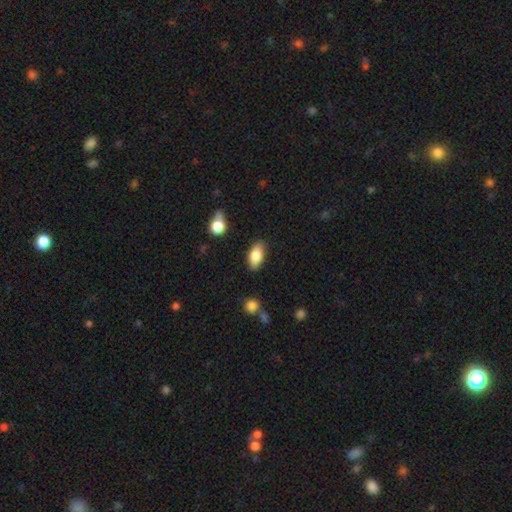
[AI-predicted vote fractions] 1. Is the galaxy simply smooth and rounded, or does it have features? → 83% smooth, 10% featured or disk, 7% star or artifact.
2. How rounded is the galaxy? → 90% in between, 7% cigar-shaped, 4% round.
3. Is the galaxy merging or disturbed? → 81% none, 14% minor disturbance, 3% major disturbance, 2% merger.